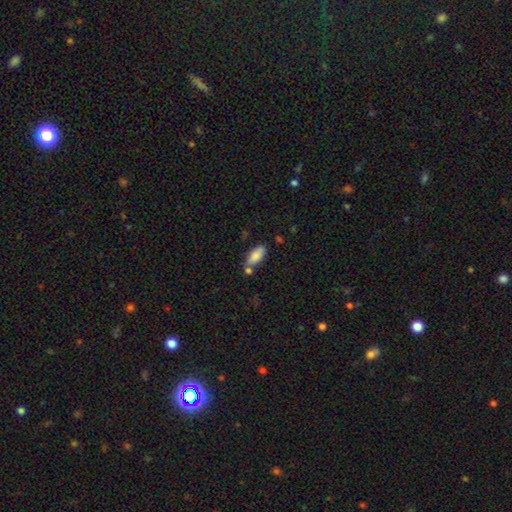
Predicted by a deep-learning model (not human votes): Smooth or featured?
  - smooth: 85% *
  - featured or disk: 8%
  - star or artifact: 6%
How rounded?
  - in between: 86% *
  - cigar-shaped: 12%
  - round: 2%
Merging?
  - none: 61% *
  - merger: 18%
  - minor disturbance: 16%
  - major disturbance: 4%